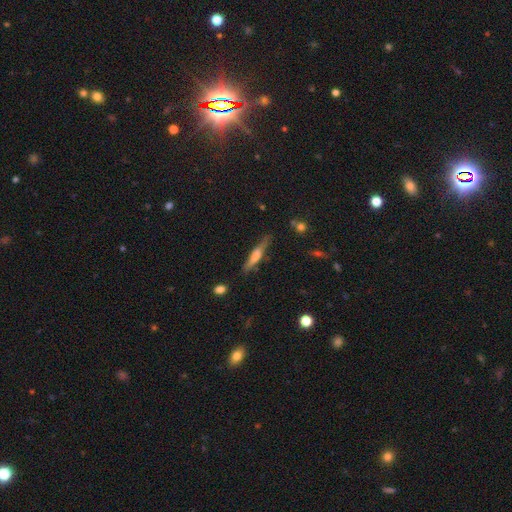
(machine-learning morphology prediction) Smooth or featured? Predicted: featured or disk (p=0.49). Merging? Predicted: none (p=0.81).